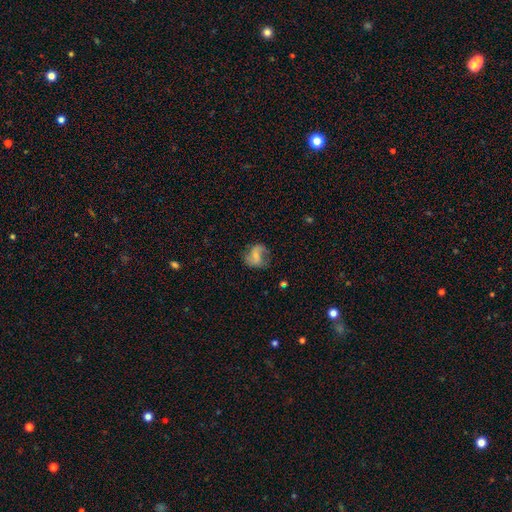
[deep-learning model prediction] Smooth or featured? featured or disk (54%)
Edge-on disk? no (97%)
Bar? weak (42%)
Spiral arms? yes (82%)
Bulge size? small (48%)
Merging? none (59%)